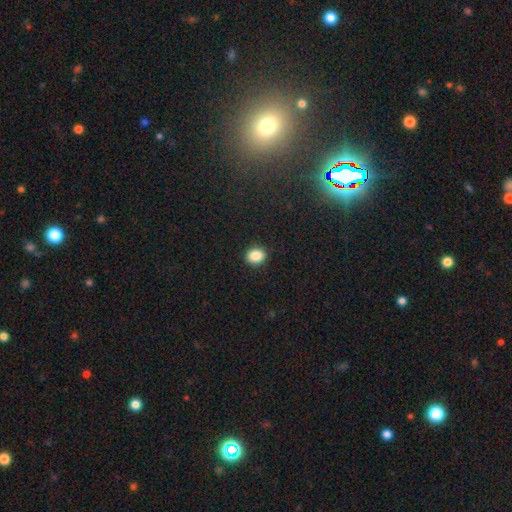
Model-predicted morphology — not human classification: Overall: smooth (87%). How rounded: round (56%; in between 43%). Merging: none (90%).